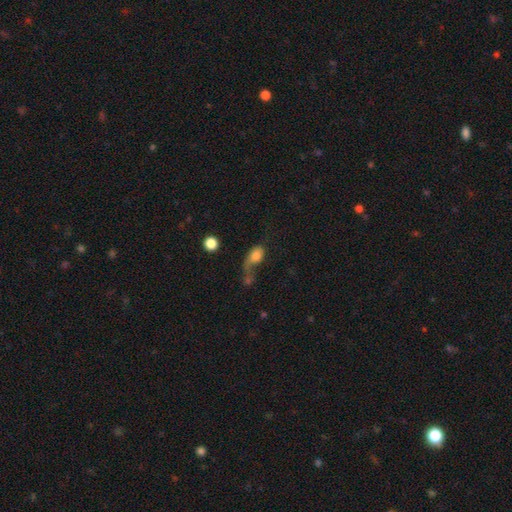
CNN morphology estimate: This is likely a smooth galaxy (69%). How rounded: likely in between (77%). Merging: marginally major disturbance (40%).